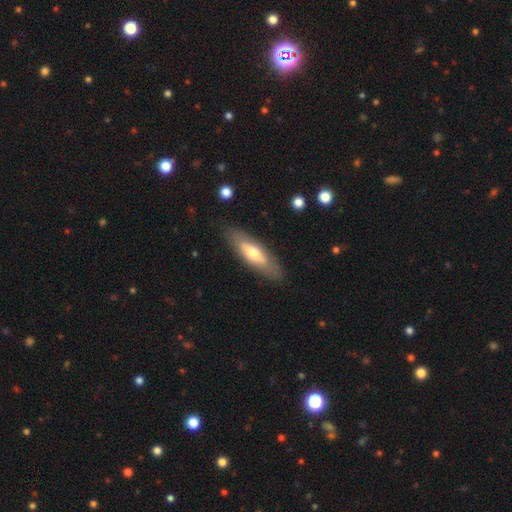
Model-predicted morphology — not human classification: type=smooth (50%); merging=none (86%).